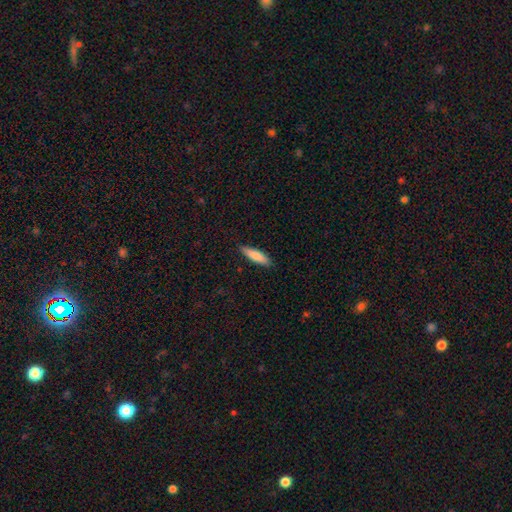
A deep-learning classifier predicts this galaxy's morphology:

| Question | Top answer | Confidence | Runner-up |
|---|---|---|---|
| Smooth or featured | smooth | 82% | featured or disk (12%) |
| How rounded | cigar-shaped | 70% | in between (29%) |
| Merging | none | 88% | minor disturbance (9%) |